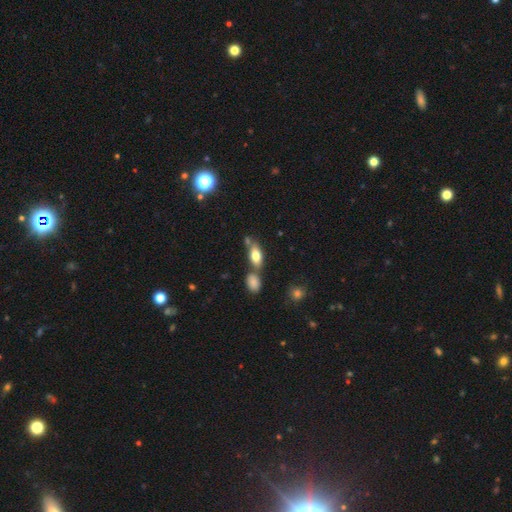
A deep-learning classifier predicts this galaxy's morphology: A smooth galaxy with no disk features (76%) that is in between round and cigar-shaped (83%). Merging: none (56%).